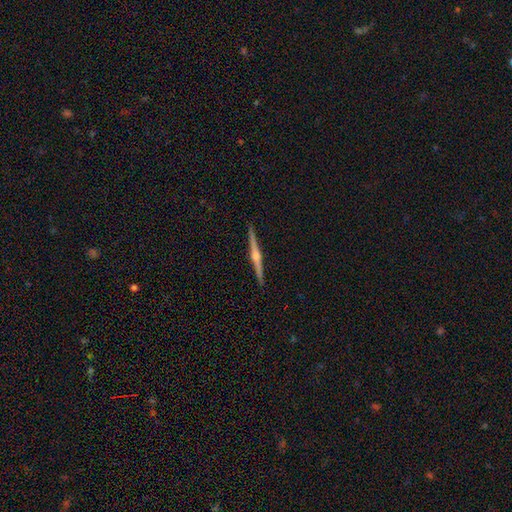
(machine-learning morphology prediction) The model was most divided on "smooth or featured": featured or disk: 79%, smooth: 14%, star or artifact: 7%. More confident: edge-on disk — yes (98%); merging — none (92%); edge-on bulge — rounded (83%).